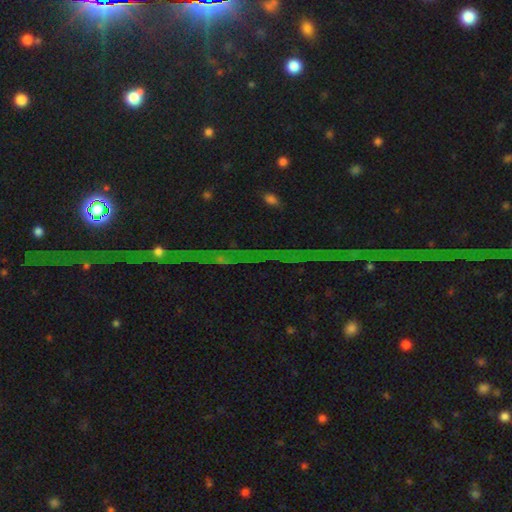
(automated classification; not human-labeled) Q: Smooth or featured?
A: star or artifact (80%); runner-up: featured or disk (11%)